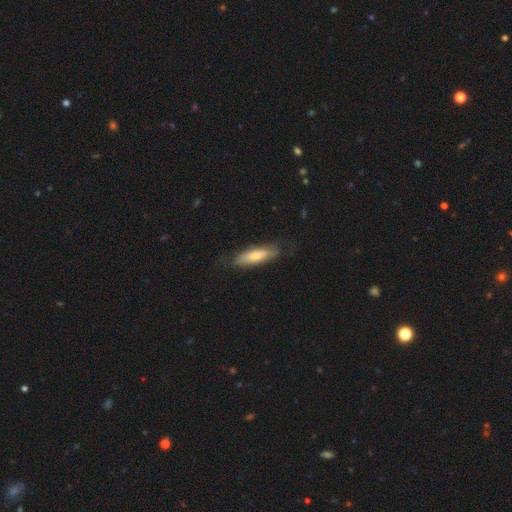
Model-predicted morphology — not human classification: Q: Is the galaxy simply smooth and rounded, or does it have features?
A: smooth — 66%.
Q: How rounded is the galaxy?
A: in between — 50%.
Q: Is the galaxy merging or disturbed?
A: none — 68%.